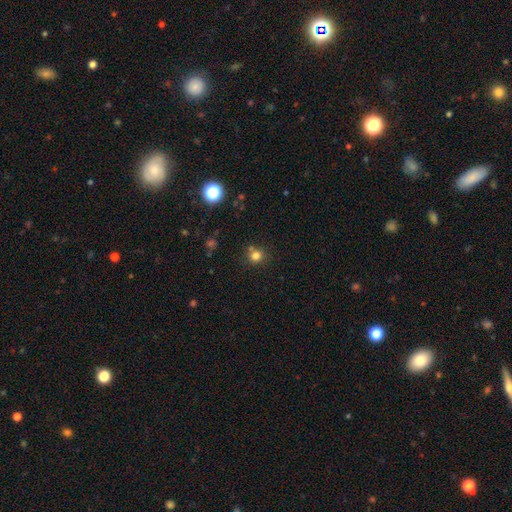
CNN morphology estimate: A smooth galaxy with no disk features (78%) that is round (87%).

Vote fractions:
- Smooth or featured? smooth: 78% / star or artifact: 16% / featured or disk: 7%
- How rounded? round: 87% / in between: 13% / cigar-shaped: 1%
- Merging? none: 70% / merger: 15% / minor disturbance: 11% / major disturbance: 3%